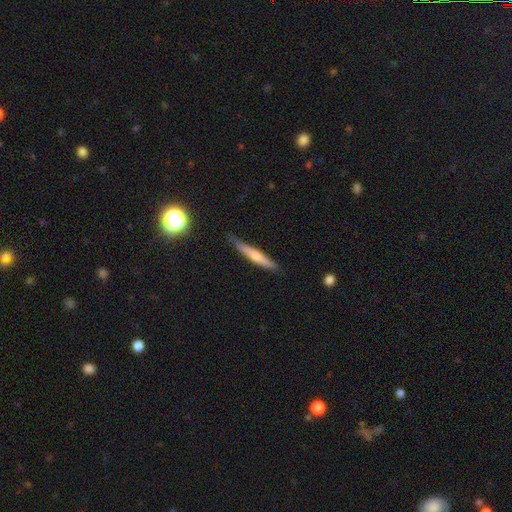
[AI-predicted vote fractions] Overall: smooth (54%; featured or disk 40%). How rounded: cigar-shaped (94%). Merging: none (76%).